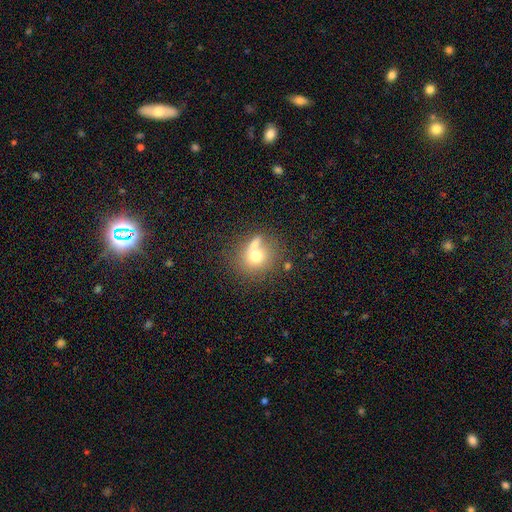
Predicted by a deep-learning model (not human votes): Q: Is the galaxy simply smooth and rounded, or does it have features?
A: smooth — 70%.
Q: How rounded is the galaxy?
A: round — 81%.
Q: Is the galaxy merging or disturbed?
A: none — 46%.